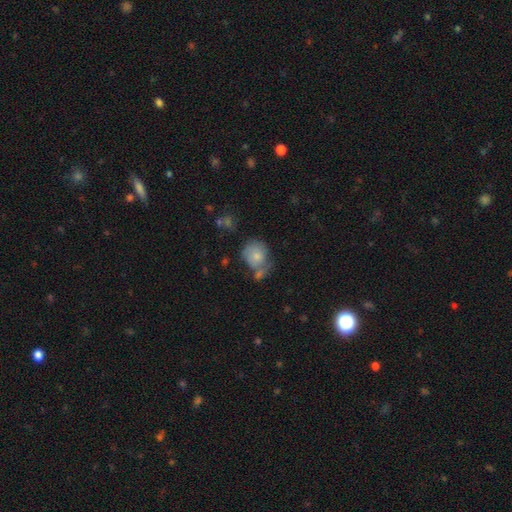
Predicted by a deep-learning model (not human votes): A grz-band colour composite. It shows a smooth galaxy with no disk features (74%) that is round (73%). Merging: none (41%).